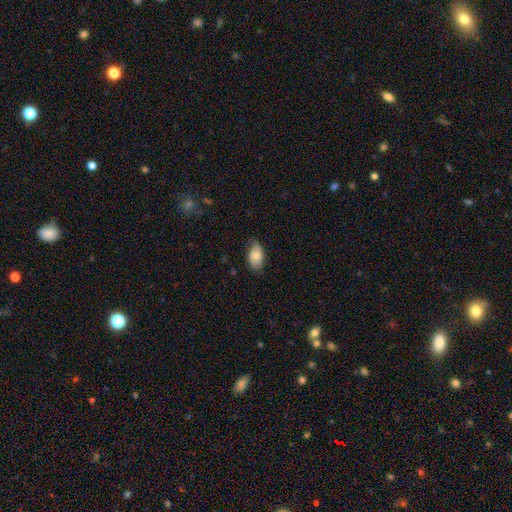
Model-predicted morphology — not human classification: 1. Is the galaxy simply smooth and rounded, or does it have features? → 71% smooth, 22% featured or disk, 7% star or artifact.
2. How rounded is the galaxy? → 93% in between, 5% round, 2% cigar-shaped.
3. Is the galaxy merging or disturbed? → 72% none, 23% minor disturbance, 4% major disturbance, 1% merger.